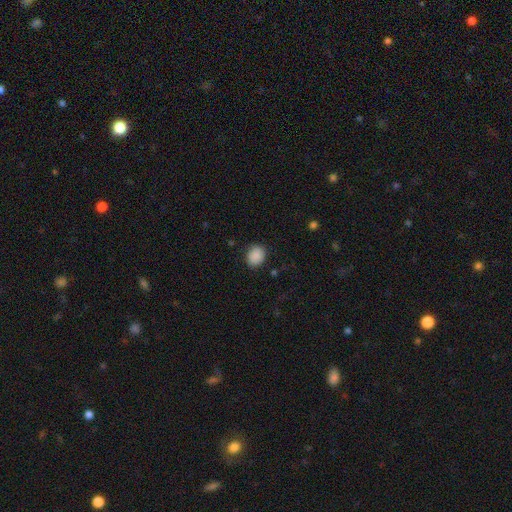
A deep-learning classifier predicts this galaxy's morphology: Overall: smooth (89%). How rounded: round (54%; in between 45%). Merging: none (86%).